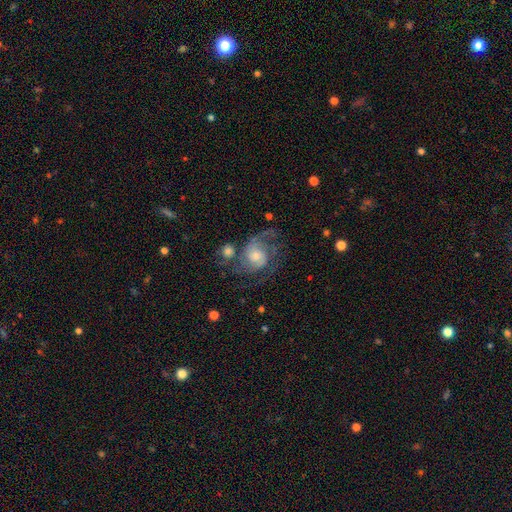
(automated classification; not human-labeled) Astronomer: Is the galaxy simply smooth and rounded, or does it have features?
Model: featured or disk — 83%.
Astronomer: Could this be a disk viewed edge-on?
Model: no — 98%.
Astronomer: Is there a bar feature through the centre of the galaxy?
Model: no — 67%.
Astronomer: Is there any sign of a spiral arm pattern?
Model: yes — 95%.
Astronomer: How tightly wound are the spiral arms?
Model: medium — 49% (runner-up: tight, 33%).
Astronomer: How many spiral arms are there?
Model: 2 — 53%.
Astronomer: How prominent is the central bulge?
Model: moderate — 48% (runner-up: small, 38%).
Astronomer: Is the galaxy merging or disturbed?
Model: none — 58%.